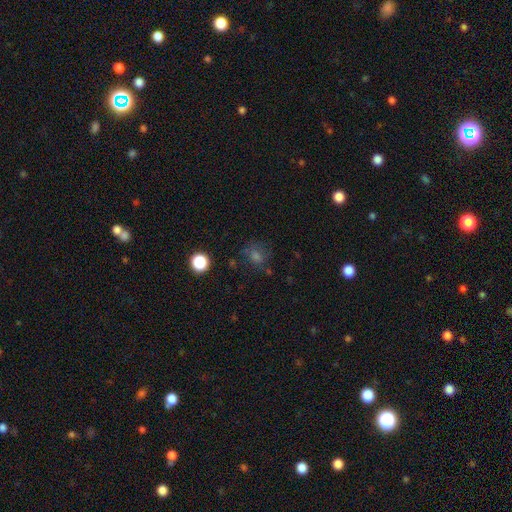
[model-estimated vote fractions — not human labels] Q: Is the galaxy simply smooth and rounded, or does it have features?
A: smooth — 53%.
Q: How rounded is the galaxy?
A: round — 68%.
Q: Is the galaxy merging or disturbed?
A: none — 68%.